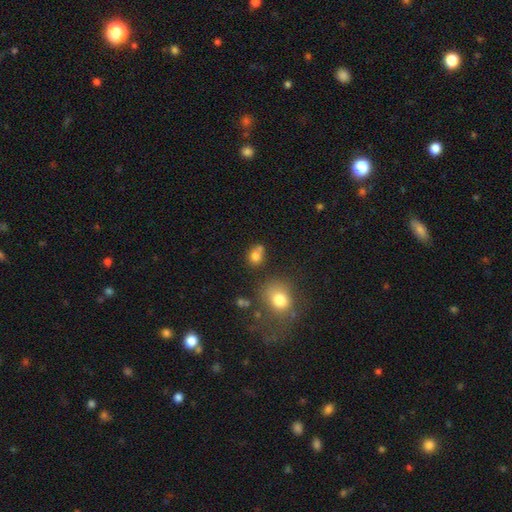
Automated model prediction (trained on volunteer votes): A smooth galaxy with no disk features (77%) that is round (51%).

Vote fractions:
- Smooth or featured? smooth: 77% / star or artifact: 13% / featured or disk: 10%
- How rounded? round: 51% / in between: 48% / cigar-shaped: 1%
- Merging? none: 48% / merger: 28% / minor disturbance: 17% / major disturbance: 7%